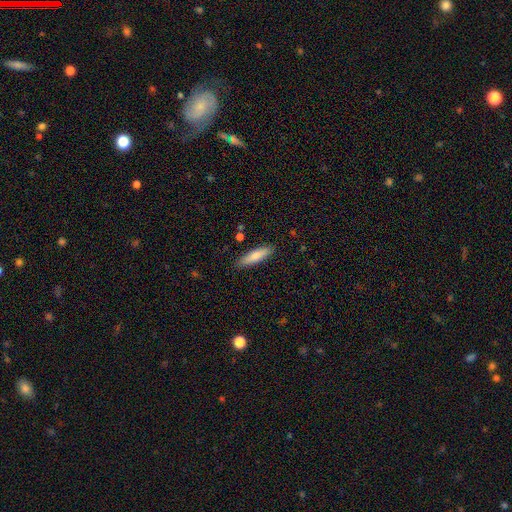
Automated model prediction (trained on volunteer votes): Smooth or featured: smooth — 81% (featured or disk — 14%)
How rounded: cigar-shaped — 70% (in between — 29%)
Merging: none — 86% (minor disturbance — 10%)